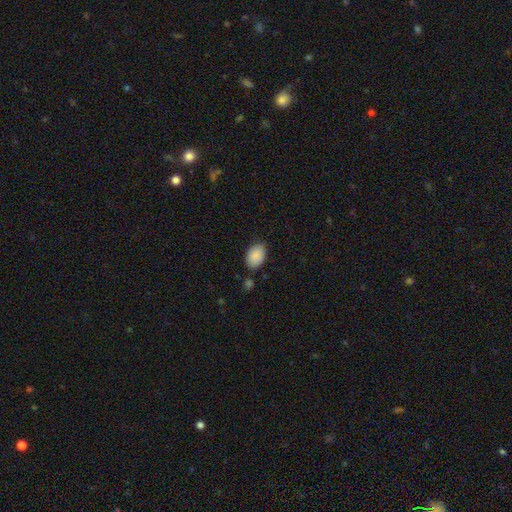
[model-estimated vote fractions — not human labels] This appears to be a smooth galaxy with no disk features (89%) that is in between round and cigar-shaped (87%). Merging: none (76%).